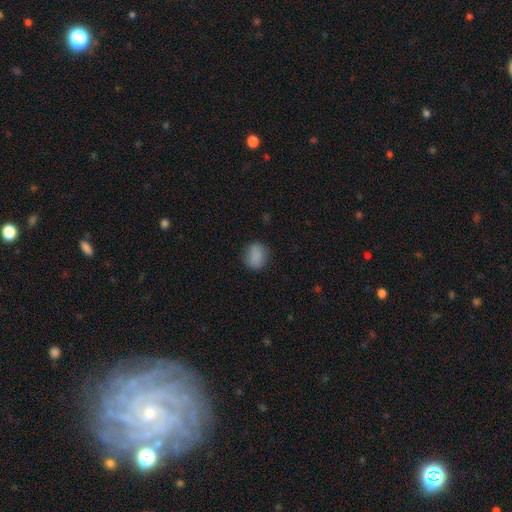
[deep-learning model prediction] smooth_or_featured: smooth (p=0.86) [alt: star or artifact p=0.09]
how_rounded: round (p=0.62) [alt: in between p=0.36]
merging: none (p=0.82) [alt: minor disturbance p=0.13]